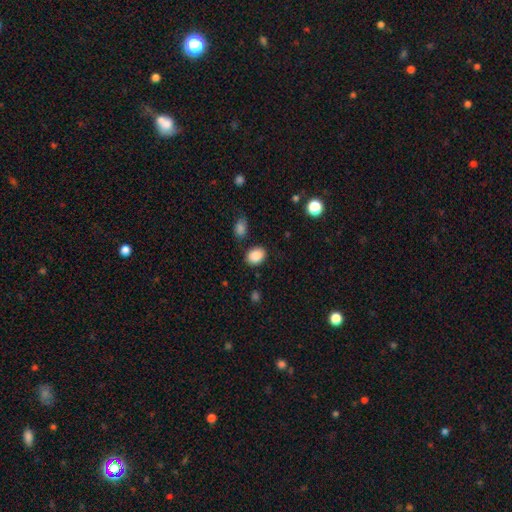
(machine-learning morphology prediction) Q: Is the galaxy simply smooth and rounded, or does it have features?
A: smooth — 88%.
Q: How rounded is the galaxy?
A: in between — 65%.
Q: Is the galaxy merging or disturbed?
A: none — 82%.